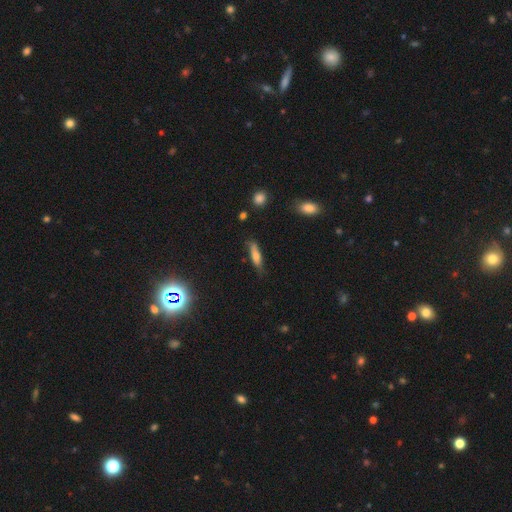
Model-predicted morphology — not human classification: The model was most divided on "smooth or featured": smooth: 67%, featured or disk: 24%, star or artifact: 8%. More confident: how rounded — cigar-shaped (72%); merging — none (68%).